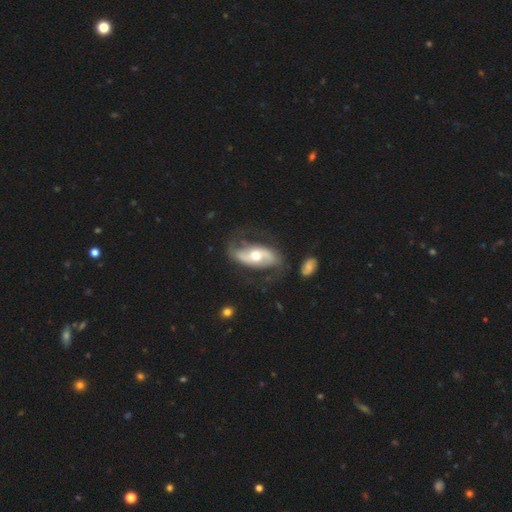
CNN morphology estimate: A featured or disk galaxy (78%) with no bar (46%), 2 (88%) loose (54%) spiral arms (85%) and a moderate central bulge (73%). Merging: none (63%).